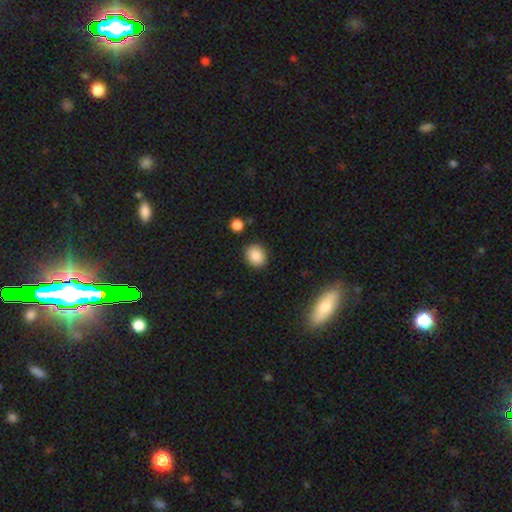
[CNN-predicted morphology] Overall: smooth (87%). How rounded: round (65%; in between 34%). Merging: none (87%).